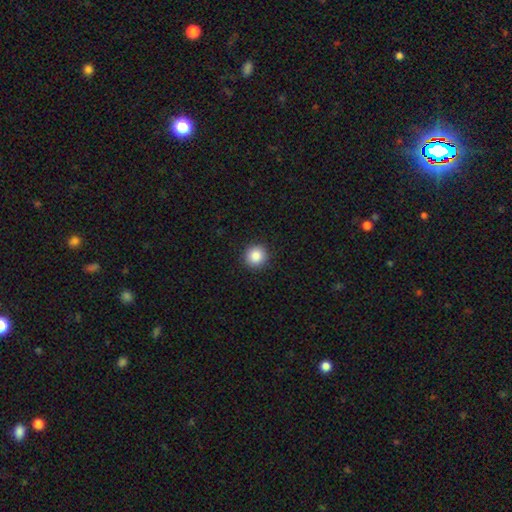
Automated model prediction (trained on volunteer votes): Morphology: type=smooth (87%); roundness=round (94%); merging=none (92%).